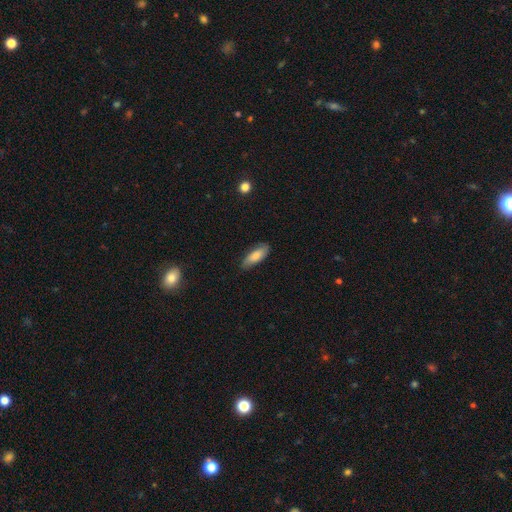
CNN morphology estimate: smooth-or-featured: smooth: 77% | featured or disk: 16% | star or artifact: 6%
  how-rounded: in between: 64% | cigar-shaped: 34% | round: 2%
  merging: none: 78% | minor disturbance: 18% | major disturbance: 3% | merger: 1%